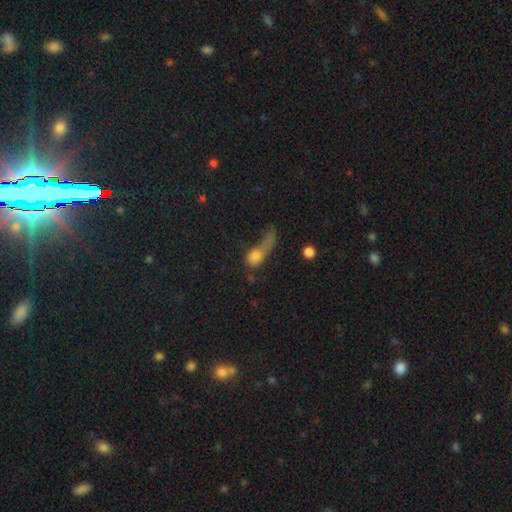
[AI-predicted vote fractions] A smooth galaxy with no disk features (68%) that is in between round and cigar-shaped (50%).

Vote fractions:
- Smooth or featured? smooth: 68% / featured or disk: 20% / star or artifact: 13%
- How rounded? in between: 50% / round: 37% / cigar-shaped: 13%
- Merging? major disturbance: 50% / none: 18% / merger: 18% / minor disturbance: 14%